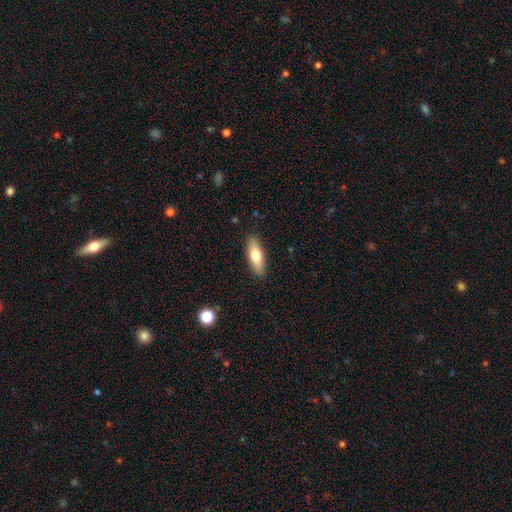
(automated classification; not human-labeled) Q: Smooth or featured?
A: smooth (70%); runner-up: featured or disk (24%)
Q: How rounded?
A: in between (59%); runner-up: cigar-shaped (38%)
Q: Merging?
A: none (88%); runner-up: minor disturbance (9%)